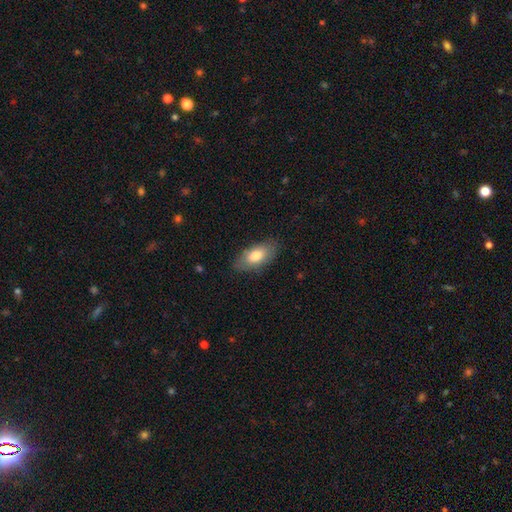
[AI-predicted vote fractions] Smooth or featured?
  - smooth: 76% *
  - featured or disk: 18%
  - star or artifact: 7%
How rounded?
  - in between: 89% *
  - cigar-shaped: 7%
  - round: 4%
Merging?
  - none: 82% *
  - minor disturbance: 14%
  - major disturbance: 3%
  - merger: 1%